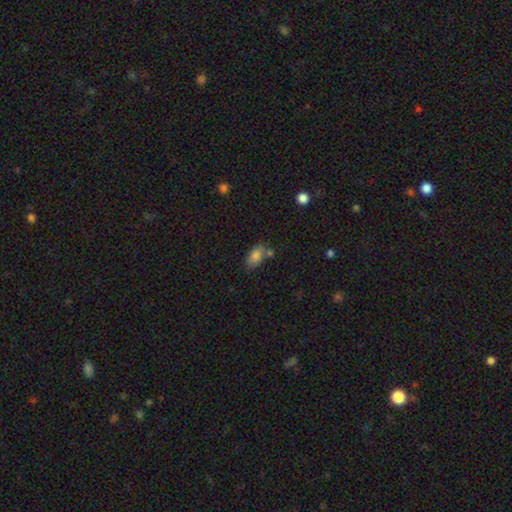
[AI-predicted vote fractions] Smooth or featured? smooth (83%)
How rounded? in between (91%)
Merging? none (60%)